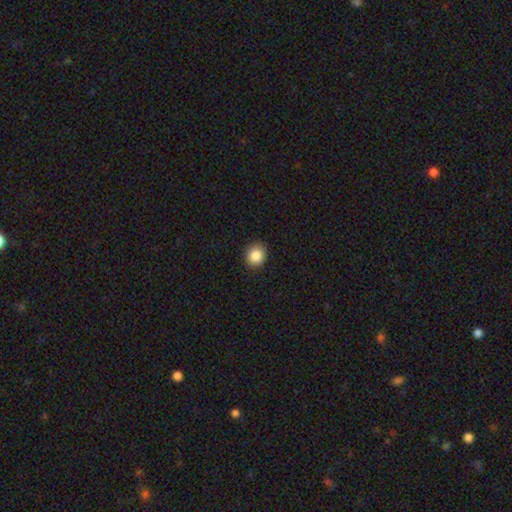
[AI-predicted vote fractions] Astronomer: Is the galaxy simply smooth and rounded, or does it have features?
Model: smooth — 87%.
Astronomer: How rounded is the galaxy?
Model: round — 77%.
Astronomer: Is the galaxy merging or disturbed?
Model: none — 89%.